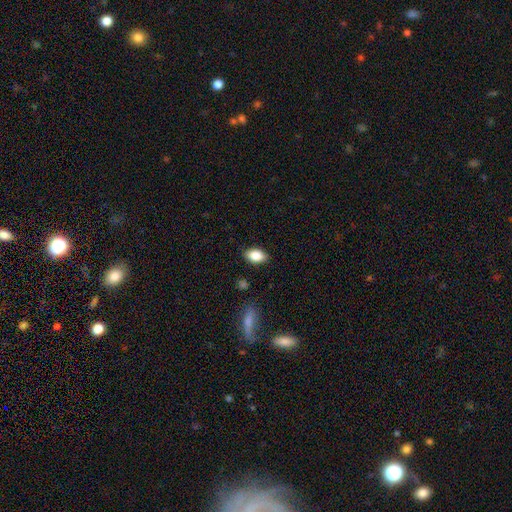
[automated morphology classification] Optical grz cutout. It shows a smooth galaxy with no disk features (84%) that is in between round and cigar-shaped (90%). Merging: none (86%).